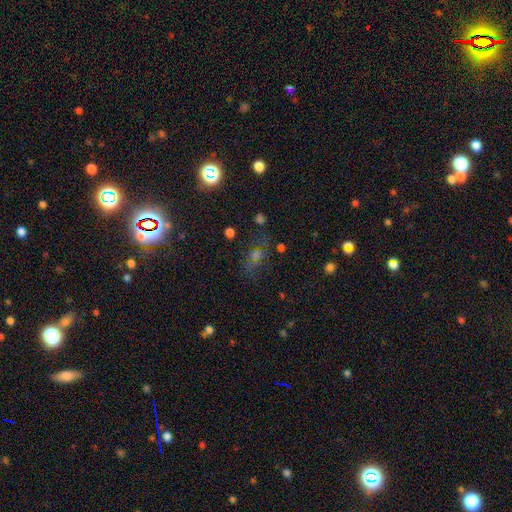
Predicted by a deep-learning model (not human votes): Smooth or featured? Predicted: star or artifact (p=0.43).